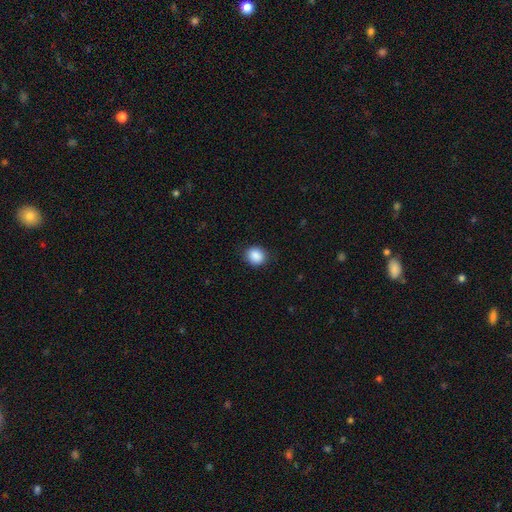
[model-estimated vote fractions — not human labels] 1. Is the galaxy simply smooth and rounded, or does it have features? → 89% smooth, 8% star or artifact, 3% featured or disk.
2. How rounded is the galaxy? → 76% round, 23% in between, 1% cigar-shaped.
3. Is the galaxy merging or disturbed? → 87% none, 10% minor disturbance, 2% major disturbance, 1% merger.